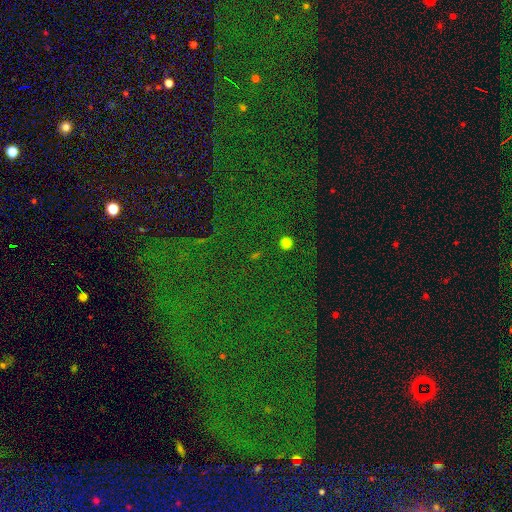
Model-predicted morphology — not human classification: type=star or artifact (77%).